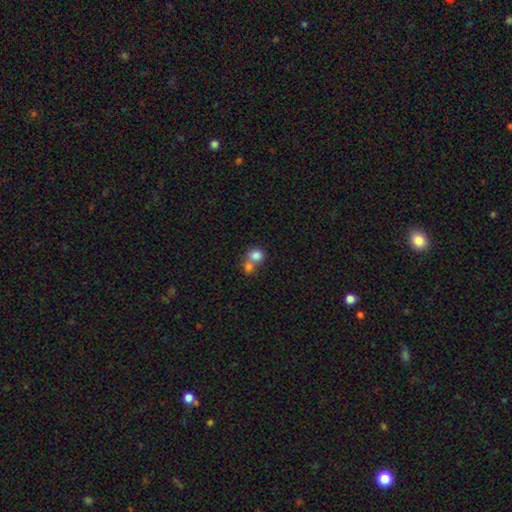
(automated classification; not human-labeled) This appears to be a smooth galaxy with no disk features (81%) that is round (80%). Merging: merger (55%).